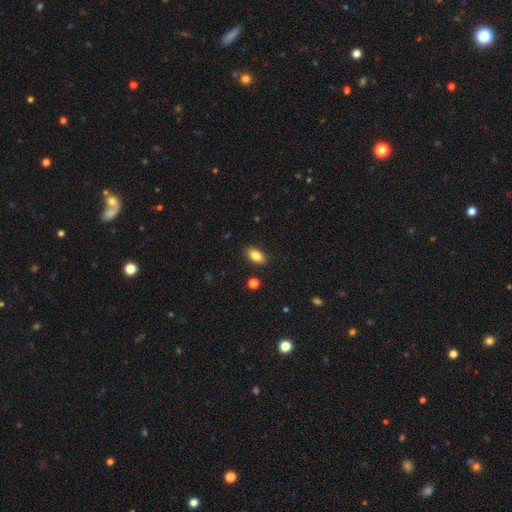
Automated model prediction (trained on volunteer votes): smooth-or-featured: smooth: 85% | star or artifact: 8% | featured or disk: 7%
  how-rounded: in between: 91% | round: 6% | cigar-shaped: 4%
  merging: none: 87% | minor disturbance: 9% | major disturbance: 2% | merger: 2%